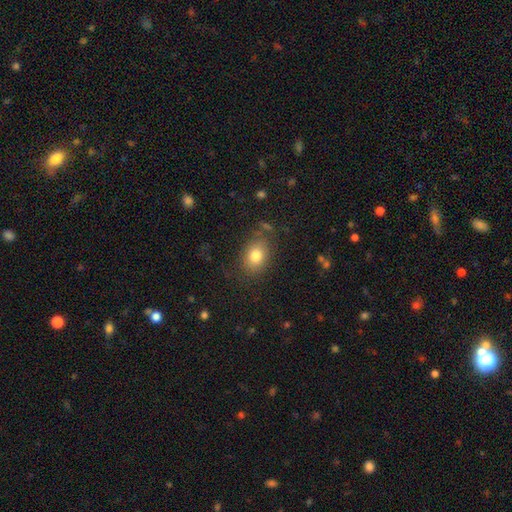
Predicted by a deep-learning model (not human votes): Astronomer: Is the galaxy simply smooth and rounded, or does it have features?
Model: smooth — 80%.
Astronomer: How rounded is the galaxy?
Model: in between — 67%.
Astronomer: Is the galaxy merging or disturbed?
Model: none — 79%.